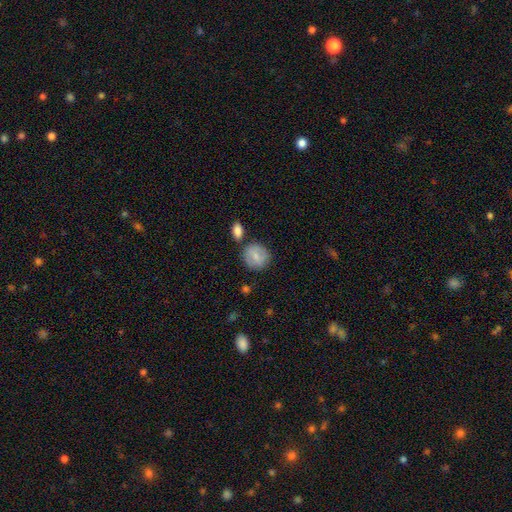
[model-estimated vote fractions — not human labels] Smooth or featured? smooth (75%)
How rounded? round (86%)
Merging? none (74%)